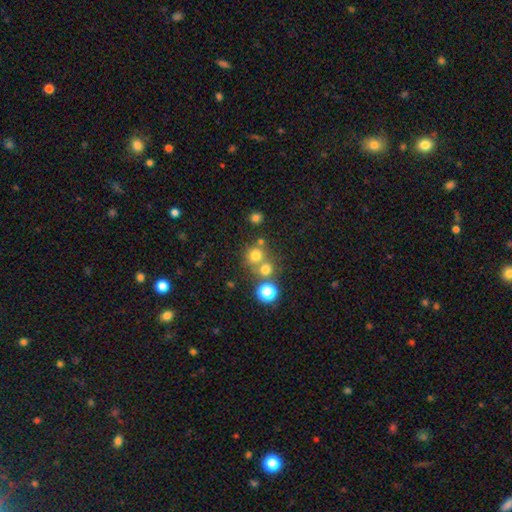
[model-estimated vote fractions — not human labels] Smooth or featured?
  - smooth: 70% *
  - star or artifact: 20%
  - featured or disk: 10%
How rounded?
  - round: 89% *
  - in between: 10%
  - cigar-shaped: 1%
Merging?
  - none: 56% *
  - merger: 33%
  - minor disturbance: 7%
  - major disturbance: 4%